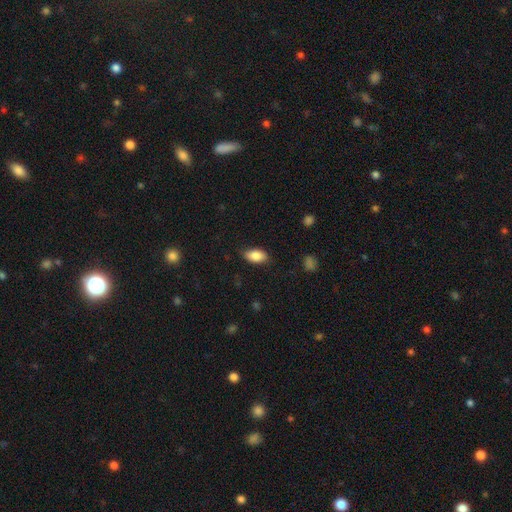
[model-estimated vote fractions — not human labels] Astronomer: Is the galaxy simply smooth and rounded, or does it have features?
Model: smooth — 86%.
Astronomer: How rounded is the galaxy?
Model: in between — 92%.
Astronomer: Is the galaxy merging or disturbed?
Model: none — 83%.